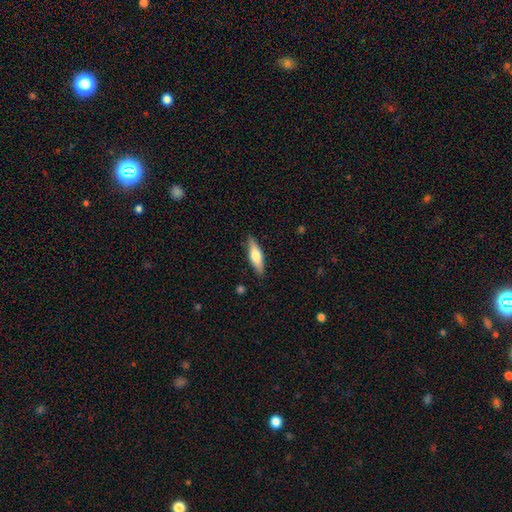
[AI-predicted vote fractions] Smooth or featured: smooth — 60% (featured or disk — 34%)
How rounded: cigar-shaped — 55% (in between — 43%)
Merging: none — 87% (minor disturbance — 10%)